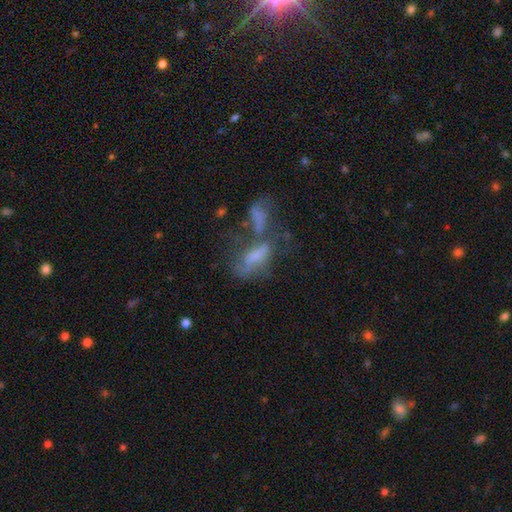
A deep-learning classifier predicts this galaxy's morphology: Smooth or featured? Predicted: featured or disk (p=0.43). Merging? Predicted: merger (p=0.56).